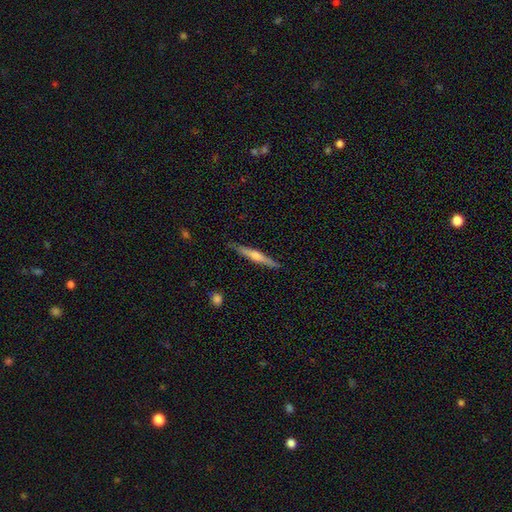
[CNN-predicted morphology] Smooth or featured? featured or disk (64%)
Edge-on disk? yes (97%)
Edge-on bulge? rounded (79%)
Merging? none (89%)